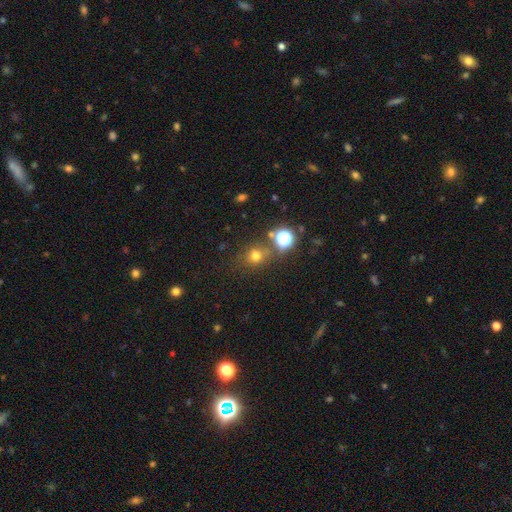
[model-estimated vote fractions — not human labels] Smooth or featured?
  - smooth: 66% *
  - star or artifact: 26%
  - featured or disk: 8%
How rounded?
  - round: 81% *
  - in between: 18%
  - cigar-shaped: 1%
Merging?
  - none: 73% *
  - minor disturbance: 12%
  - merger: 10%
  - major disturbance: 5%